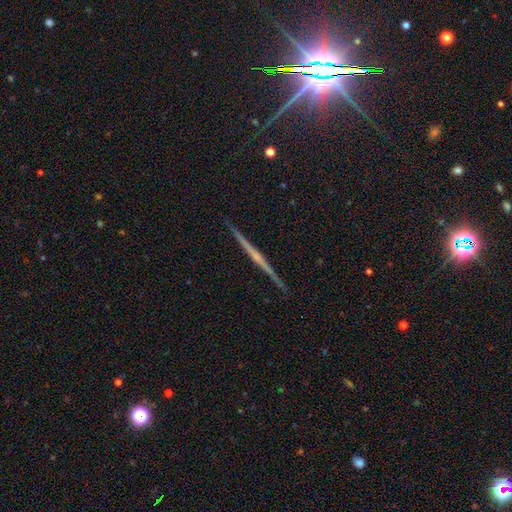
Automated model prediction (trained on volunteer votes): Smooth or featured? Predicted: featured or disk (p=0.77). Edge-on disk? Predicted: yes (p=0.98). Edge-on bulge? Predicted: none (p=0.49). Merging? Predicted: none (p=0.93).